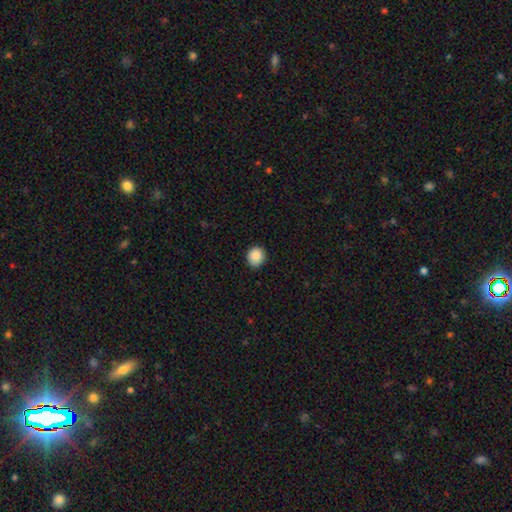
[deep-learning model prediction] Overall: smooth (88%). How rounded: round (82%). Merging: none (88%).